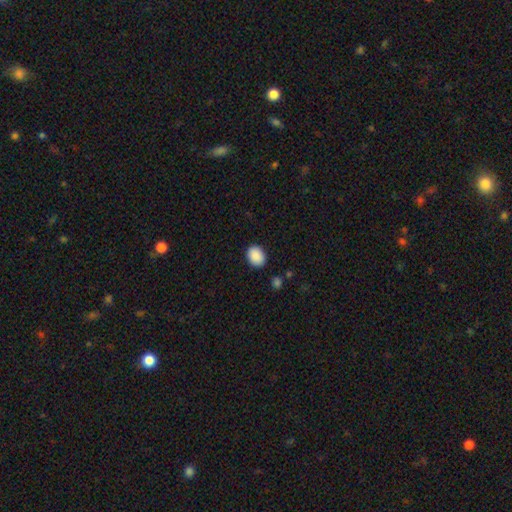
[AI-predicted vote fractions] Smooth or featured? Predicted: smooth (p=0.90). How rounded? Predicted: in between (p=0.65). Merging? Predicted: none (p=0.88).